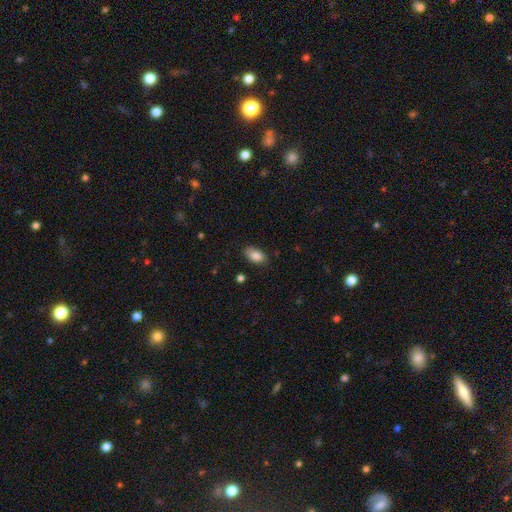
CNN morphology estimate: type=smooth (86%); roundness=in between (92%); merging=none (79%).